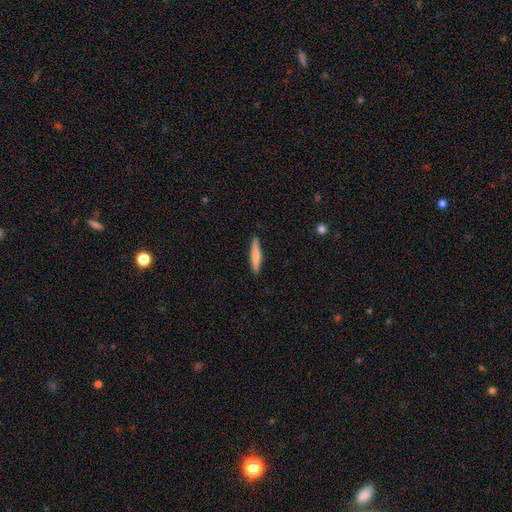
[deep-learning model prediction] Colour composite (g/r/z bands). It shows a smooth galaxy with no disk features (66%) that is cigar-shaped (89%). Merging: none (90%).